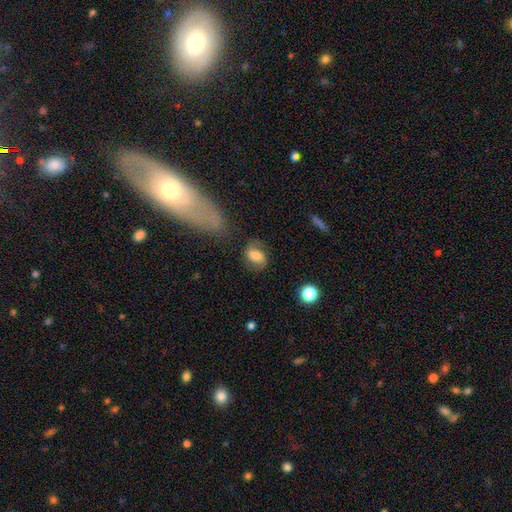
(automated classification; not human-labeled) Overall: smooth (65%; featured or disk 26%). How rounded: in between (72%). Merging: none (69%).